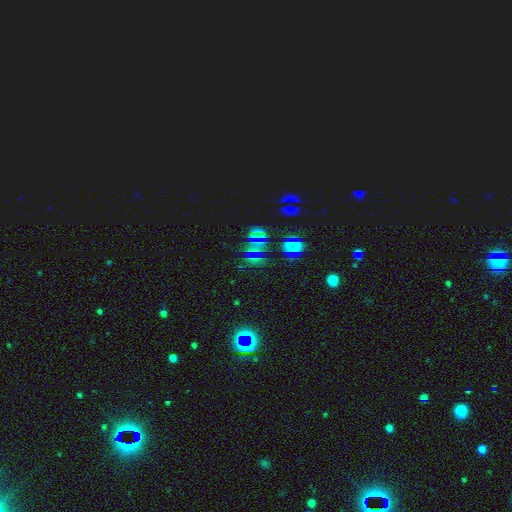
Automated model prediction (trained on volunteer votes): A star or artifact, not a galaxy (71%).